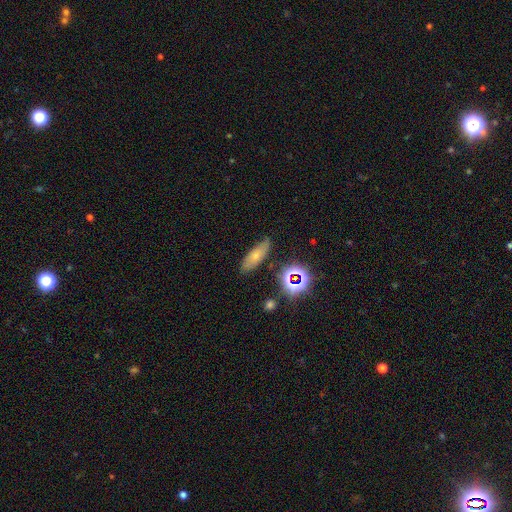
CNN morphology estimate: smooth 61%, featured or disk 24%, star or artifact 16%. Down the decision tree: how rounded — in between (63%); merging — none (75%).